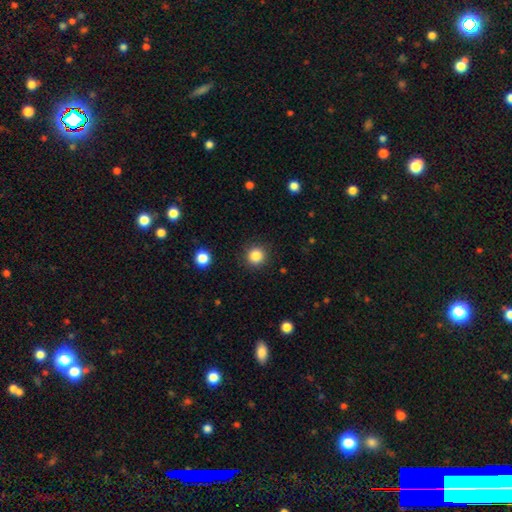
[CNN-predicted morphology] Smooth or featured?
  - smooth: 85% *
  - star or artifact: 11%
  - featured or disk: 4%
How rounded?
  - round: 94% *
  - in between: 5%
  - cigar-shaped: 1%
Merging?
  - none: 91% *
  - minor disturbance: 6%
  - major disturbance: 2%
  - merger: 1%